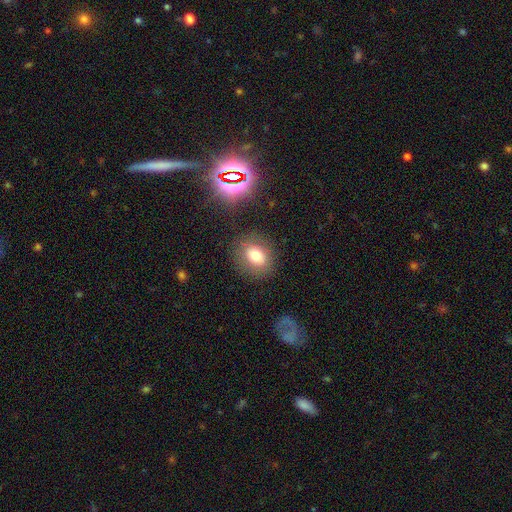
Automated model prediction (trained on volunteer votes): smooth-or-featured: smooth: 75% | star or artifact: 13% | featured or disk: 12%
  how-rounded: round: 54% | in between: 44% | cigar-shaped: 1%
  merging: none: 82% | minor disturbance: 11% | major disturbance: 4% | merger: 2%